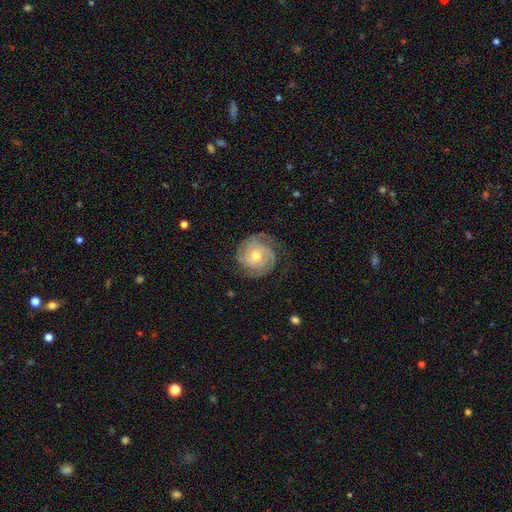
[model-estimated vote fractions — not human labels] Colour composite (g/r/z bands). It shows a featured or disk galaxy (83%) with no bar (70%), 2 (35%) tight (69%) spiral arms (96%) and a moderate central bulge (54%). Merging: none (76%).